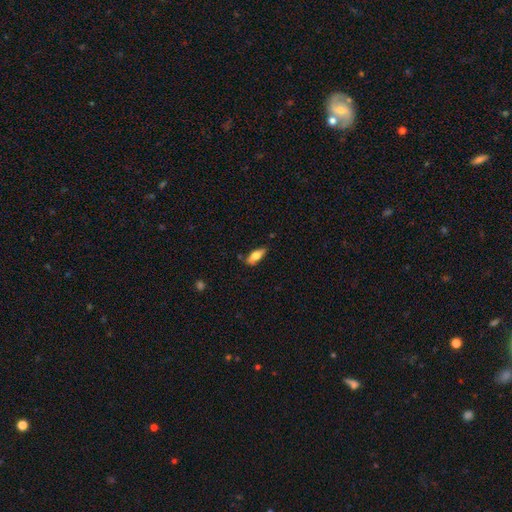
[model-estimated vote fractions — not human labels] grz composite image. It shows a smooth galaxy with no disk features (68%) that is in between round and cigar-shaped (70%). Merging: none (78%).